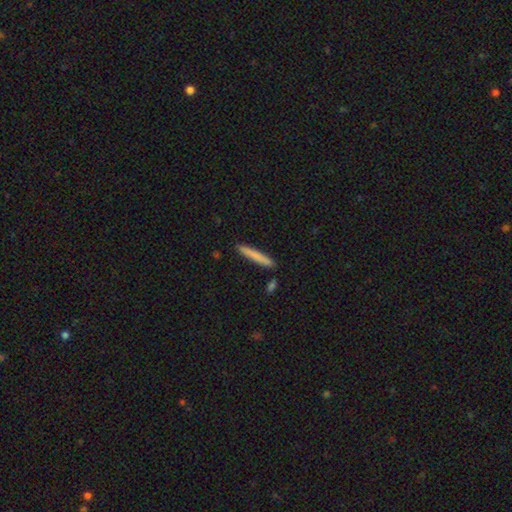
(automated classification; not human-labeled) smooth-or-featured: smooth: 78% | featured or disk: 17% | star or artifact: 6%
  how-rounded: cigar-shaped: 96% | in between: 3% | round: 1%
  merging: none: 89% | minor disturbance: 7% | merger: 2% | major disturbance: 1%